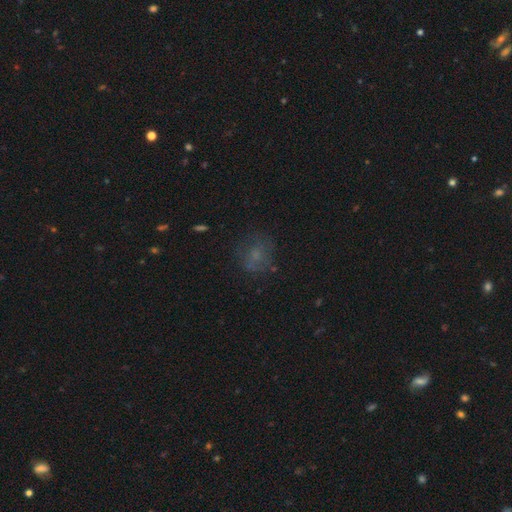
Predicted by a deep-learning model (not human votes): This is possibly a smooth galaxy (57%). How rounded: likely round (68%). Merging: likely none (64%).